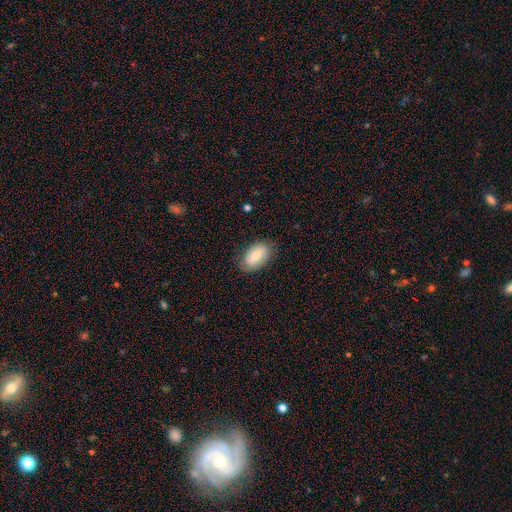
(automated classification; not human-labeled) smooth_or_featured: smooth (p=0.76) [alt: featured or disk p=0.18]
how_rounded: in between (p=0.94) [alt: round p=0.04]
merging: none (p=0.81) [alt: minor disturbance p=0.15]